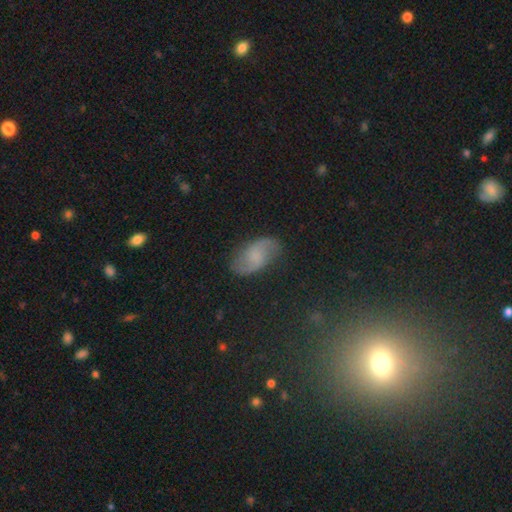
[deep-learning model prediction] This appears to be a featured or disk galaxy (65%) with no bar (49%), 2 (90%) loose (47%) spiral arms (93%) and no central bulge (38%). Merging: none (81%).